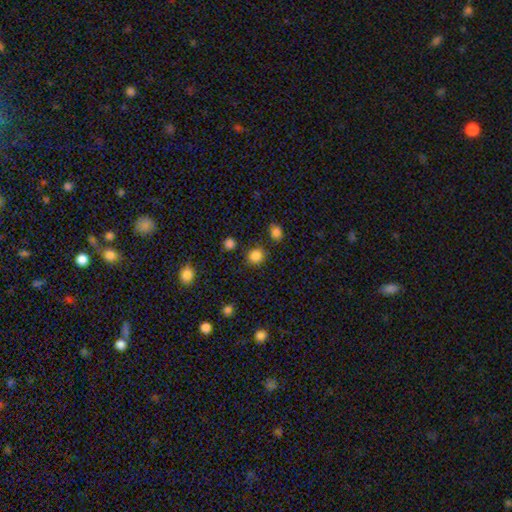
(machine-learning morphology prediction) A smooth galaxy with no disk features (83%) that is round (81%).

Vote fractions:
- Smooth or featured? smooth: 83% / star or artifact: 13% / featured or disk: 4%
- How rounded? round: 81% / in between: 18% / cigar-shaped: 1%
- Merging? none: 83% / minor disturbance: 9% / merger: 4% / major disturbance: 3%